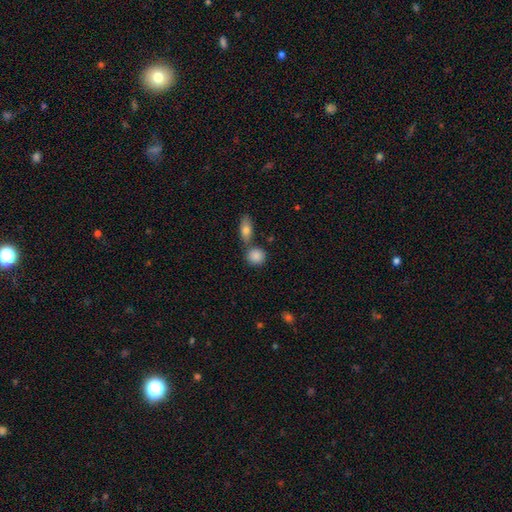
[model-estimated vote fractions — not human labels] Smooth or featured?
  - smooth: 86% *
  - star or artifact: 8%
  - featured or disk: 7%
How rounded?
  - round: 77% *
  - in between: 21%
  - cigar-shaped: 2%
Merging?
  - none: 62% *
  - merger: 25%
  - minor disturbance: 10%
  - major disturbance: 3%